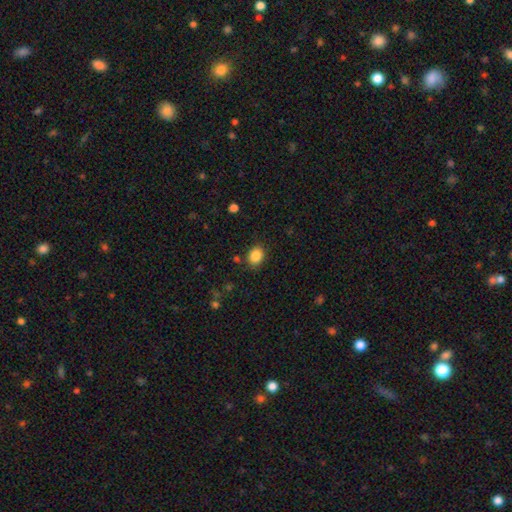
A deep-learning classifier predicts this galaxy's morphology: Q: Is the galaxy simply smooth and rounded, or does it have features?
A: smooth — 87%.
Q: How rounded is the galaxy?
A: in between — 53%.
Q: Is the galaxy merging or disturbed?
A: none — 83%.